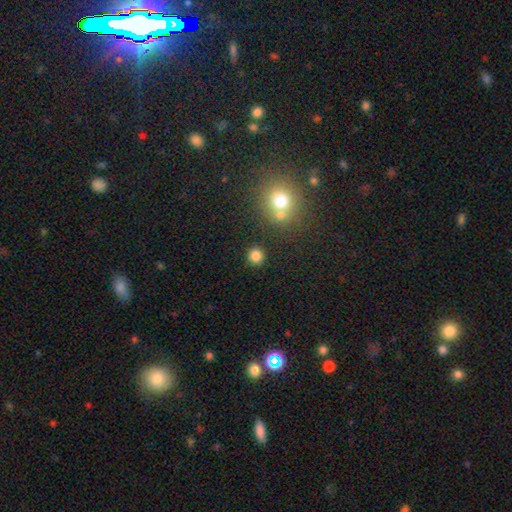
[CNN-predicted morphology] Smooth or featured? Predicted: smooth (p=0.82). How rounded? Predicted: round (p=0.93). Merging? Predicted: none (p=0.88).